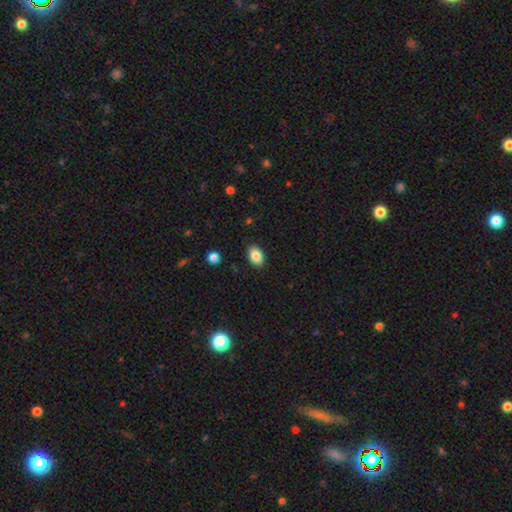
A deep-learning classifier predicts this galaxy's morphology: smooth 86%, star or artifact 8%, featured or disk 6%. Down the decision tree: how rounded — in between (85%); merging — none (88%).